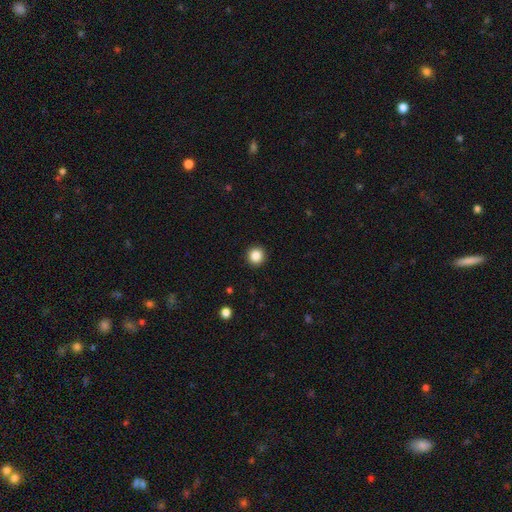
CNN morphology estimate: This is clearly a smooth galaxy (86%). How rounded: clearly round (95%). Merging: clearly none (93%).